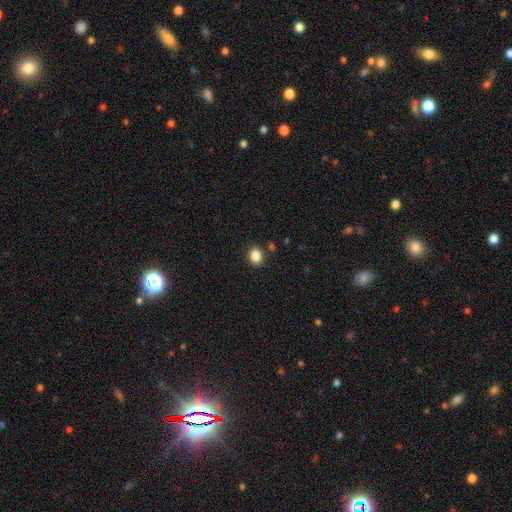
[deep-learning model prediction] The model was most divided on "how rounded": in between: 55%, round: 44%, cigar-shaped: 1%. More confident: smooth or featured — smooth (86%); merging — none (85%).